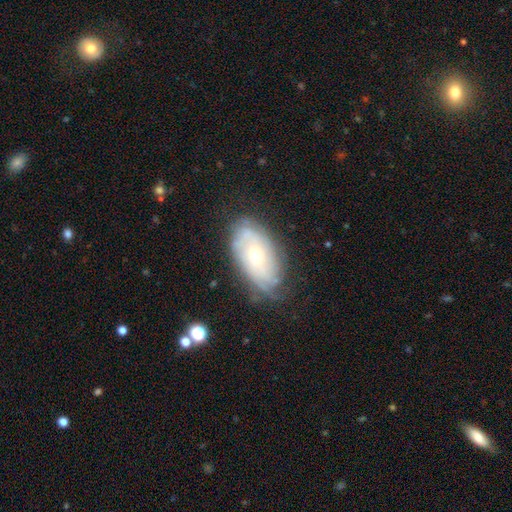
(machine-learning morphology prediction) type=featured or disk (63%); edge-on=no (91%); bar=no (79%); spiral arms=yes (72%); bulge=small (54%); merging=none (67%).